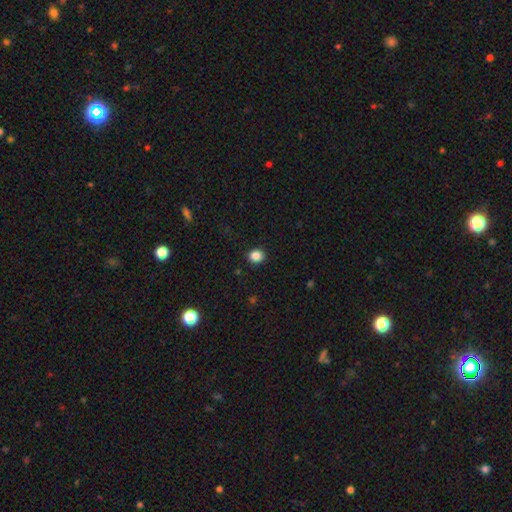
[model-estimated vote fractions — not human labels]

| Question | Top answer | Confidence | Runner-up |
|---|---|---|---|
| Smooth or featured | smooth | 86% | star or artifact (11%) |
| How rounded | round | 70% | in between (29%) |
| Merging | none | 91% | minor disturbance (6%) |